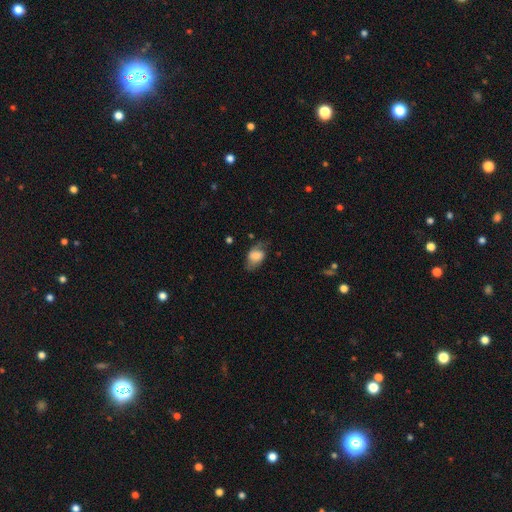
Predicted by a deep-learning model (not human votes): smooth-or-featured: smooth: 63% | featured or disk: 29% | star or artifact: 8%
  how-rounded: in between: 81% | round: 17% | cigar-shaped: 2%
  merging: none: 54% | minor disturbance: 28% | major disturbance: 16% | merger: 2%